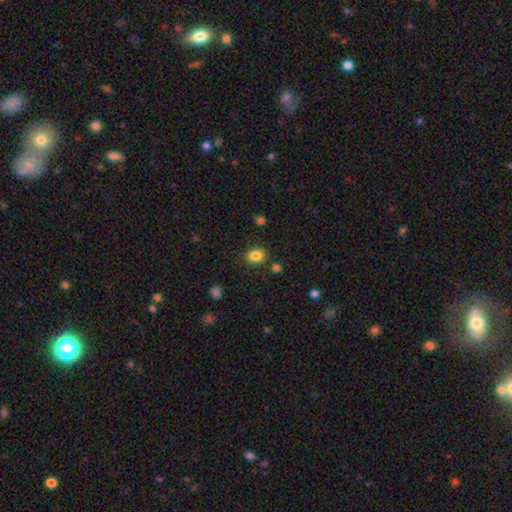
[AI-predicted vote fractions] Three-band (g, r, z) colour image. It shows a smooth galaxy with no disk features (84%) that is in between round and cigar-shaped (59%). Merging: none (82%).